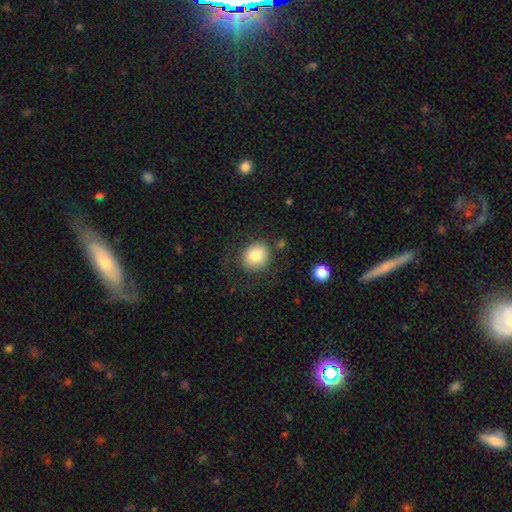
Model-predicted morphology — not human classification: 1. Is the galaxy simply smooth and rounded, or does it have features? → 83% smooth, 9% featured or disk, 9% star or artifact.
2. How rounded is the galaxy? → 78% round, 21% in between, 1% cigar-shaped.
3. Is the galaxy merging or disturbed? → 76% none, 14% minor disturbance, 7% major disturbance, 3% merger.